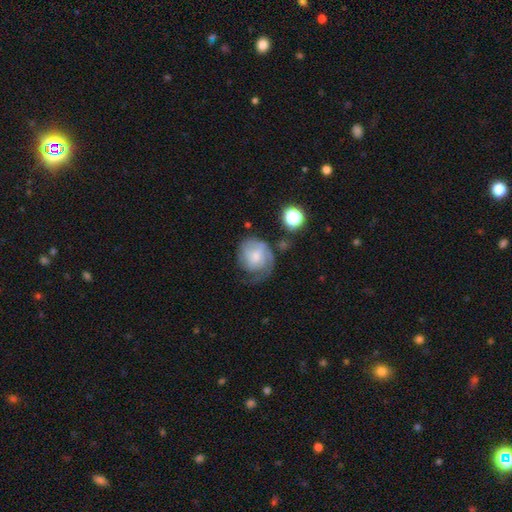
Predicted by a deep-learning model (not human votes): Smooth or featured? Predicted: featured or disk (p=0.66). Edge-on disk? Predicted: no (p=0.98). Bar? Predicted: no (p=0.55). Spiral arms? Predicted: yes (p=0.88). Spiral winding? Predicted: tight (p=0.52). Spiral arm count? Predicted: can't tell (p=0.35). Bulge size? Predicted: small (p=0.48). Merging? Predicted: none (p=0.46).